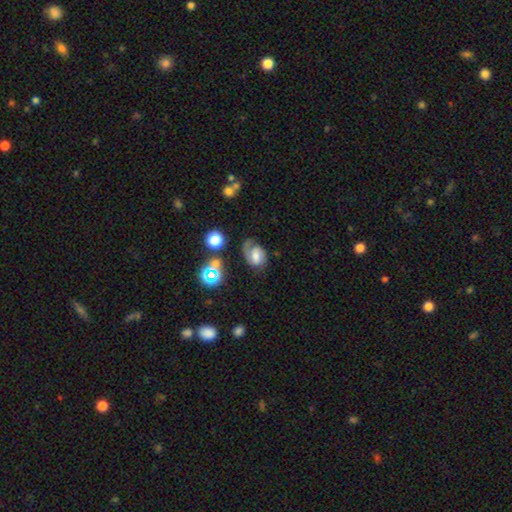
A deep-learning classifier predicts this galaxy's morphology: smooth_or_featured: featured or disk (p=0.52) [alt: smooth p=0.35]
disk_edge_on: no (p=0.97) [alt: yes p=0.03]
bar: weak (p=0.45) [alt: no p=0.41]
has_spiral_arms: yes (p=0.86) [alt: no p=0.14]
bulge_size: moderate (p=0.45) [alt: small p=0.24]
merging: none (p=0.48) [alt: minor disturbance p=0.27]